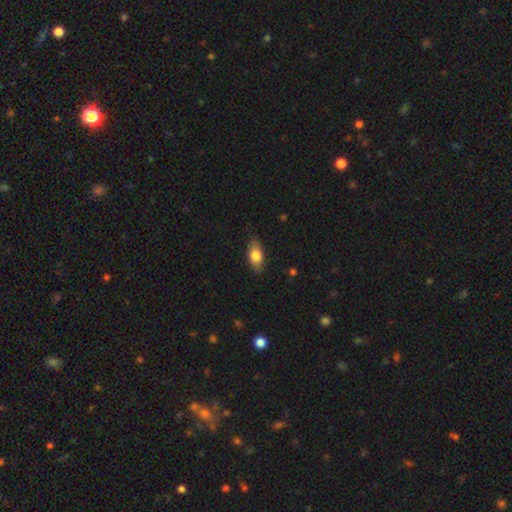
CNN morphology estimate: Smooth or featured? smooth (78%)
How rounded? in between (86%)
Merging? none (84%)